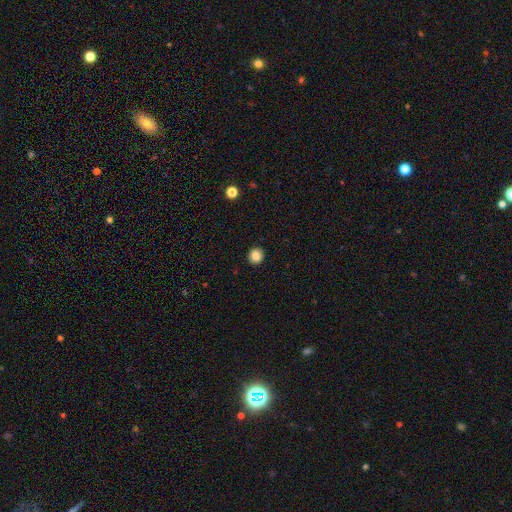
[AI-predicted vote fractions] A smooth galaxy with no disk features (84%) that is round (88%). Merging: none (92%).